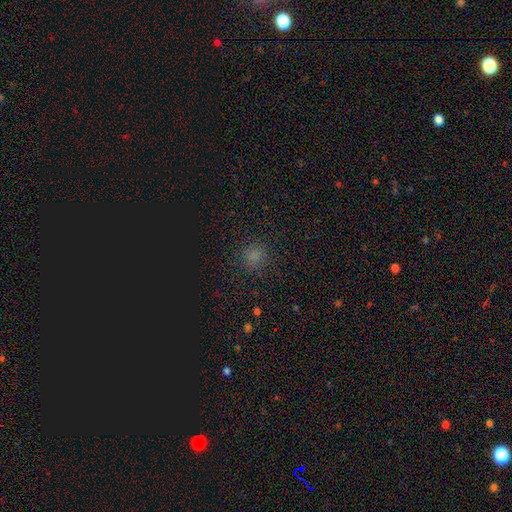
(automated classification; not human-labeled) Smooth or featured: smooth — 64% (star or artifact — 31%)
How rounded: round — 93% (in between — 6%)
Merging: none — 90% (minor disturbance — 7%)